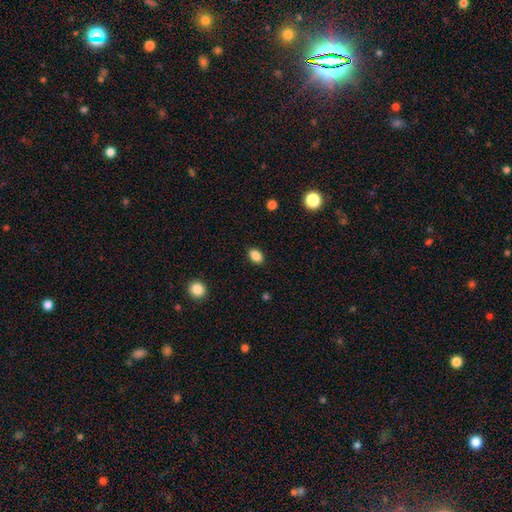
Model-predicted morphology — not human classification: smooth-or-featured: smooth: 87% | star or artifact: 9% | featured or disk: 3%
  how-rounded: in between: 82% | round: 16% | cigar-shaped: 1%
  merging: none: 89% | minor disturbance: 8% | major disturbance: 2% | merger: 1%